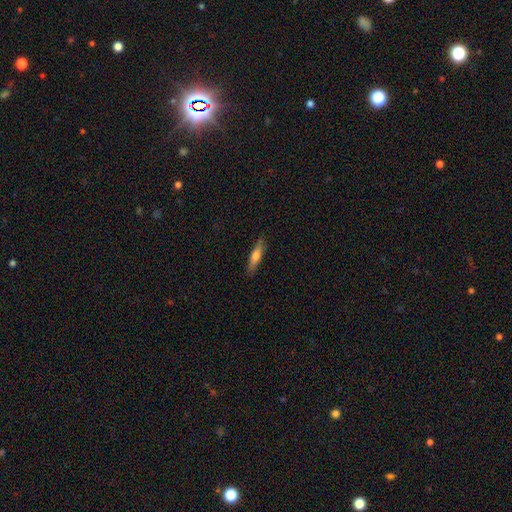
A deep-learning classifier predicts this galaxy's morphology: Smooth or featured? smooth (63%)
How rounded? cigar-shaped (77%)
Merging? none (87%)